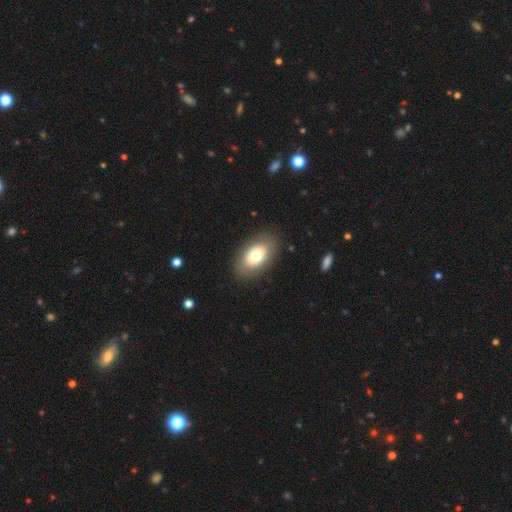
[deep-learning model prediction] The model was most divided on "smooth or featured": smooth: 71%, featured or disk: 22%, star or artifact: 7%. More confident: how rounded — in between (90%); merging — none (86%).